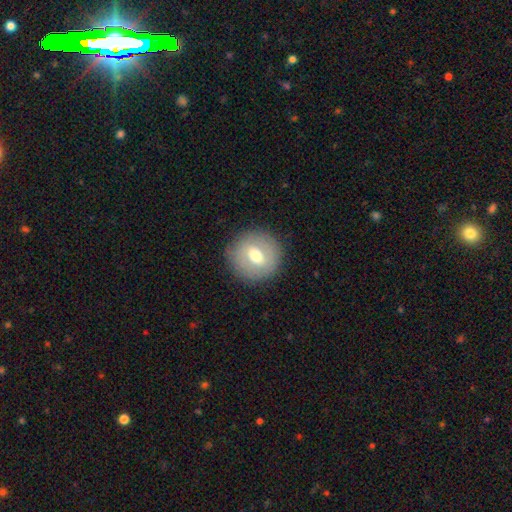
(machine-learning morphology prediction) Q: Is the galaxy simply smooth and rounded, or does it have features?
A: smooth — 61%.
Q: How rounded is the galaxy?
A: round — 91%.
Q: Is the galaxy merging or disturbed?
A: none — 87%.